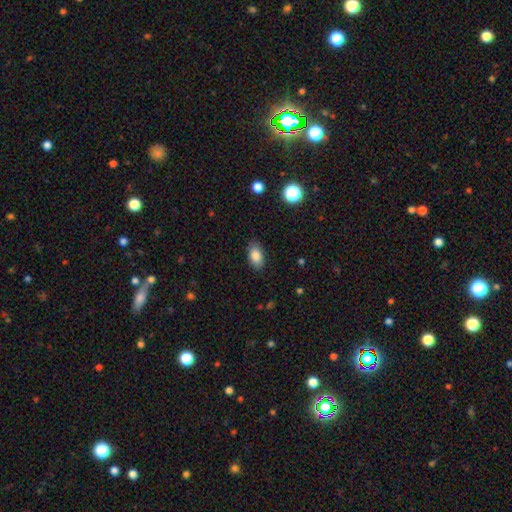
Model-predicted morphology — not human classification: Overall: smooth (84%). How rounded: in between (92%). Merging: none (86%).